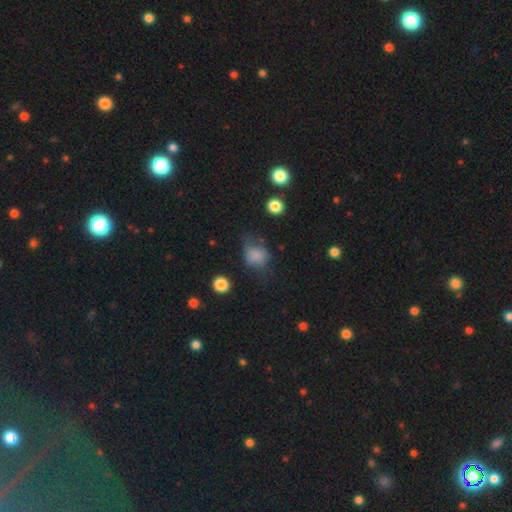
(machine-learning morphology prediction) Smooth or featured: smooth — 73% (featured or disk — 14%)
How rounded: in between — 59% (round — 39%)
Merging: none — 36% (minor disturbance — 32%)